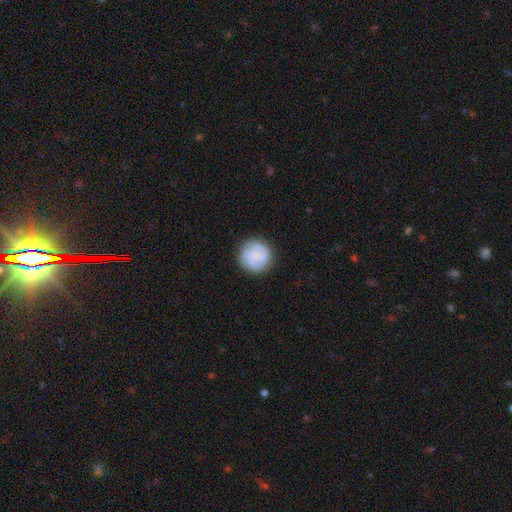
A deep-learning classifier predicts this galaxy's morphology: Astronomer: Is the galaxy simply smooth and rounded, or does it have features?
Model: smooth — 50% (runner-up: featured or disk, 42%).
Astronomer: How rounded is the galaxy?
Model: round — 93%.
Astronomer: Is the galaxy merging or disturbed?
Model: none — 83%.